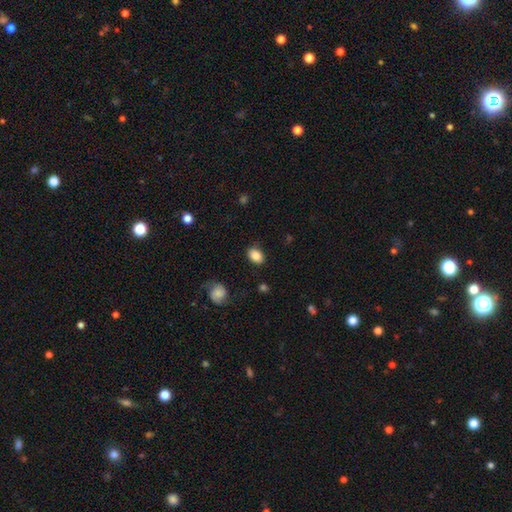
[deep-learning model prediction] This appears to be a smooth galaxy with no disk features (85%) that is in between round and cigar-shaped (82%). Merging: none (83%).